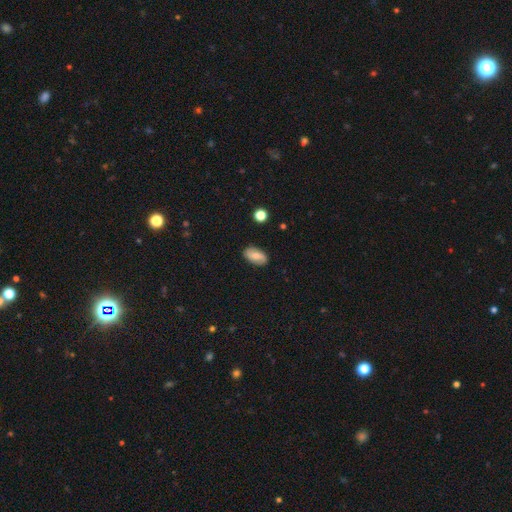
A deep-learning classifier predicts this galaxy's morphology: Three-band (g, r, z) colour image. It shows a smooth galaxy with no disk features (66%) that is in between round and cigar-shaped (92%). Merging: none (85%).